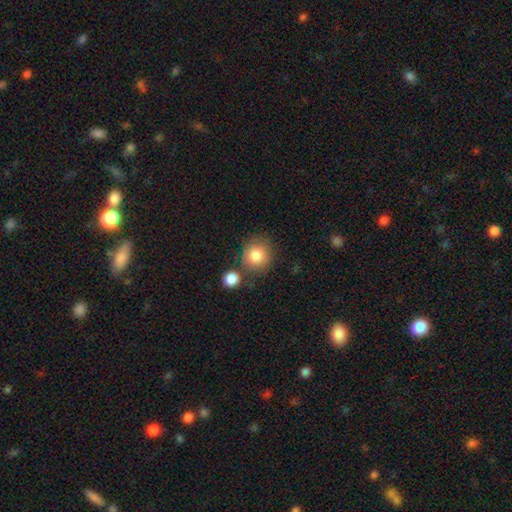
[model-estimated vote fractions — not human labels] This is clearly a smooth galaxy (86%). How rounded: clearly round (88%). Merging: likely none (70%).